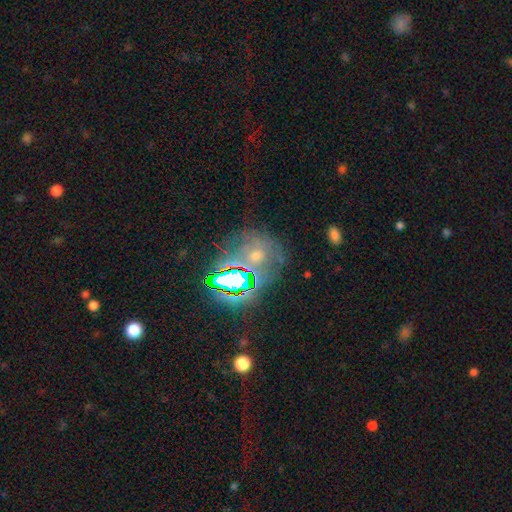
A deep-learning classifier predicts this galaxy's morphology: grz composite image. It shows a star or artifact, not a galaxy (43%).